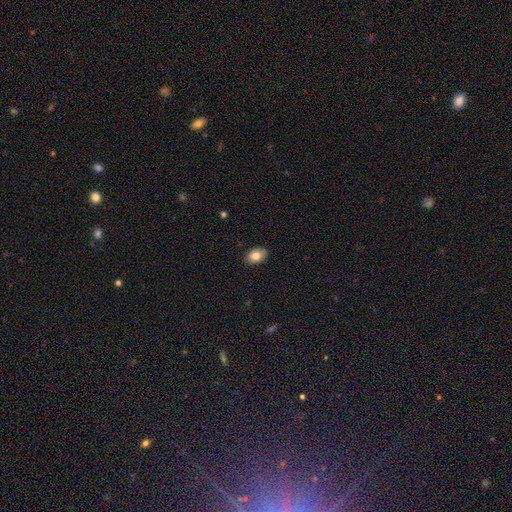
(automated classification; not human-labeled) A smooth galaxy with no disk features (83%) that is in between round and cigar-shaped (85%). Merging: none (89%).